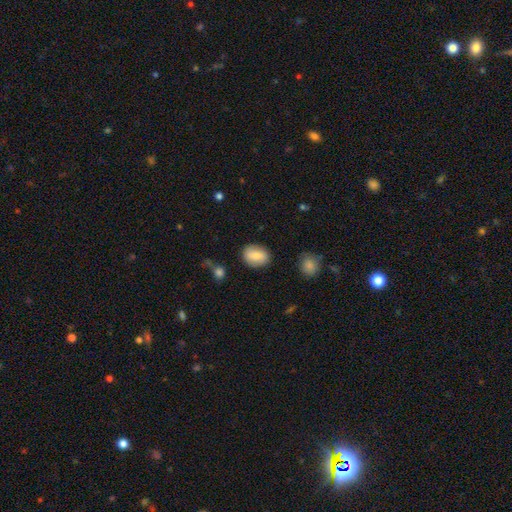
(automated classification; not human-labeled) Overall: smooth (79%). How rounded: in between (60%; round 38%). Merging: none (84%).